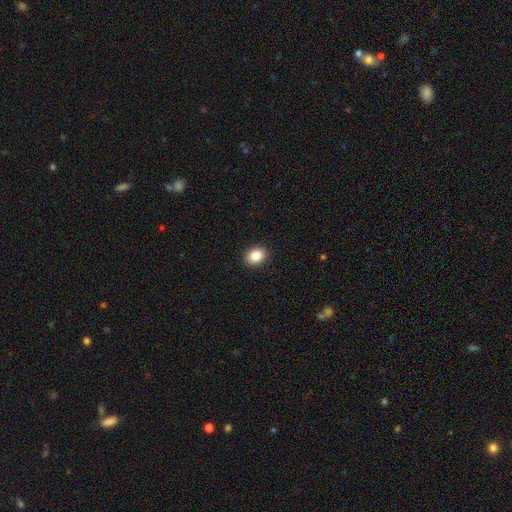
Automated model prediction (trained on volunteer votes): smooth-or-featured: smooth: 87% | star or artifact: 9% | featured or disk: 5%
  how-rounded: in between: 57% | round: 42% | cigar-shaped: 1%
  merging: none: 91% | minor disturbance: 6% | major disturbance: 2% | merger: 1%